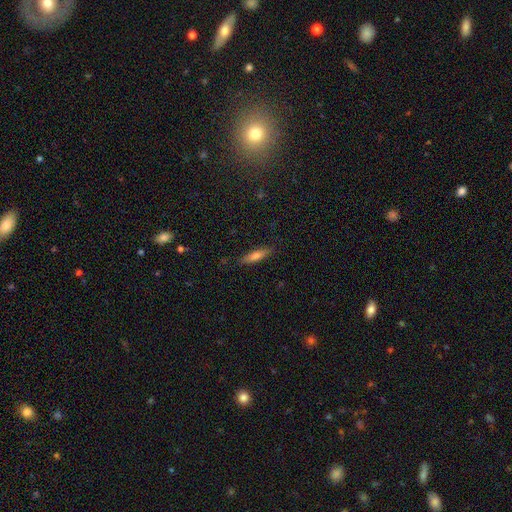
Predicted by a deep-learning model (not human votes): Smooth or featured?
  - smooth: 60% *
  - featured or disk: 32%
  - star or artifact: 8%
How rounded?
  - cigar-shaped: 74% *
  - in between: 24%
  - round: 2%
Merging?
  - none: 86% *
  - minor disturbance: 10%
  - major disturbance: 2%
  - merger: 1%